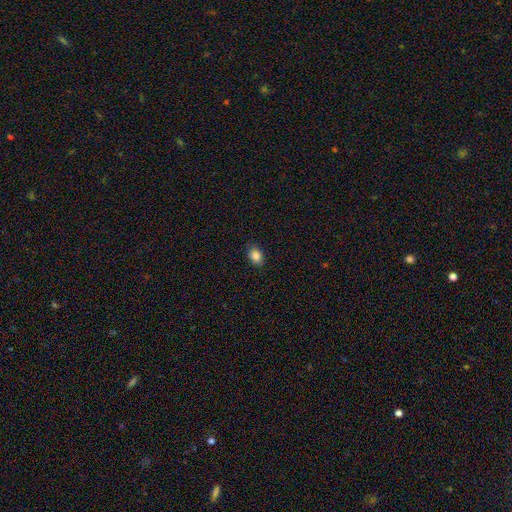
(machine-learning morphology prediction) smooth-or-featured: smooth: 85% | star or artifact: 10% | featured or disk: 5%
  how-rounded: in between: 65% | round: 34% | cigar-shaped: 1%
  merging: none: 88% | minor disturbance: 9% | major disturbance: 2% | merger: 1%